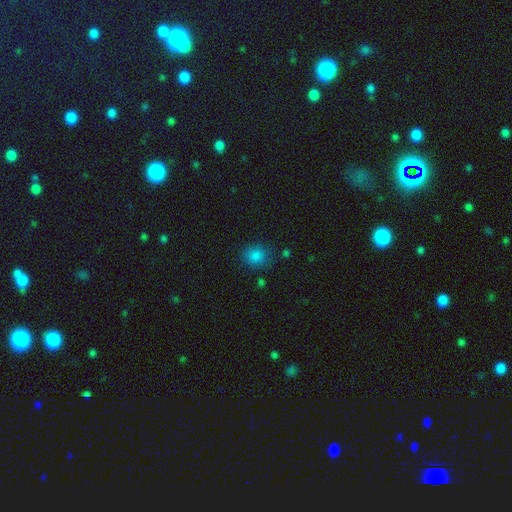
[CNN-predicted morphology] Smooth or featured? Predicted: smooth (p=0.83). How rounded? Predicted: round (p=0.73). Merging? Predicted: none (p=0.79).